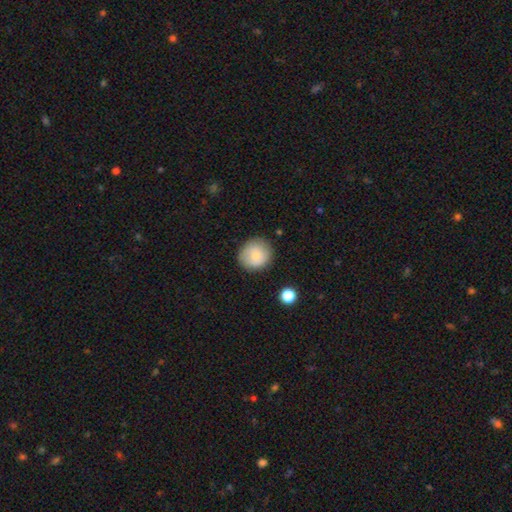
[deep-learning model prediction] The model was most divided on "smooth or featured": smooth: 78%, featured or disk: 14%, star or artifact: 8%. More confident: how rounded — round (89%); merging — none (83%).